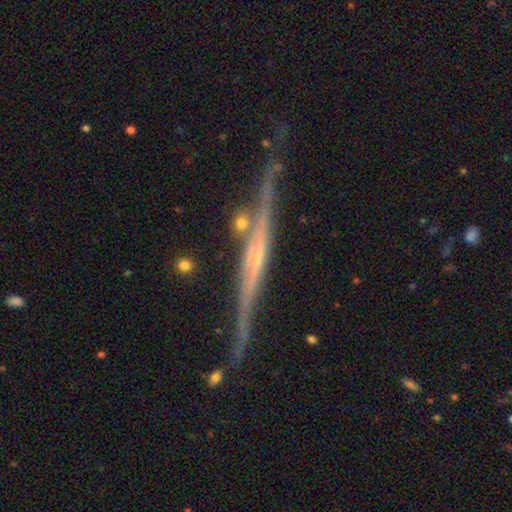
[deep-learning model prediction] A featured or disk galaxy (83%) viewed edge-on (97%) with no central bulge (48%). Merging: none (77%).